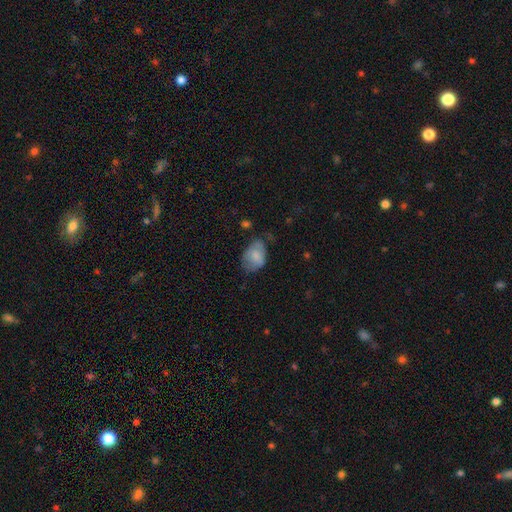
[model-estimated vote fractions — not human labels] This appears to be a smooth galaxy with no disk features (76%) that is in between round and cigar-shaped (85%). Merging: none (46%).